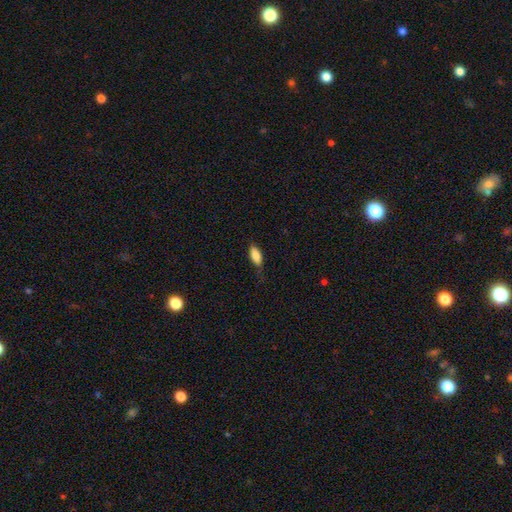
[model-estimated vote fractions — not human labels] smooth 85%, featured or disk 8%, star or artifact 7%. Down the decision tree: how rounded — in between (82%); merging — none (69%).